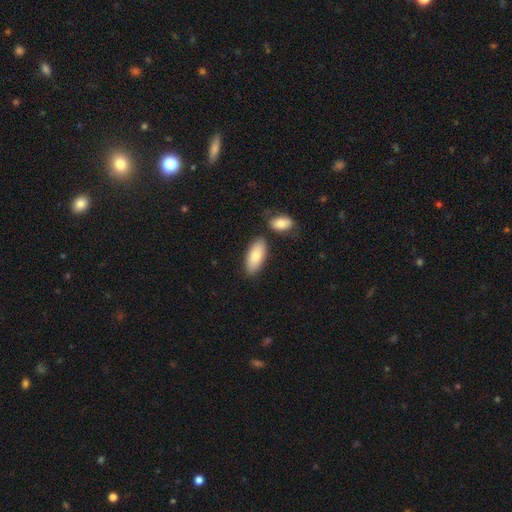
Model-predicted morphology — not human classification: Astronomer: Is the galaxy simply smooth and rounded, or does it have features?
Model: smooth — 81%.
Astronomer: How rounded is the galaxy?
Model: in between — 86%.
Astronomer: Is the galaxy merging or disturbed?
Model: none — 75%.